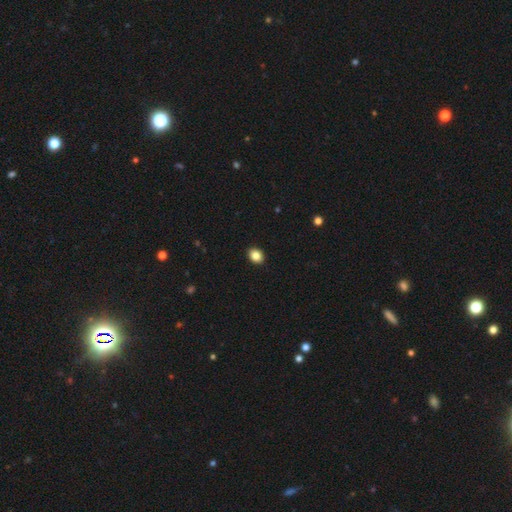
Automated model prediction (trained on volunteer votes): Smooth or featured? smooth (86%)
How rounded? in between (53%)
Merging? none (92%)